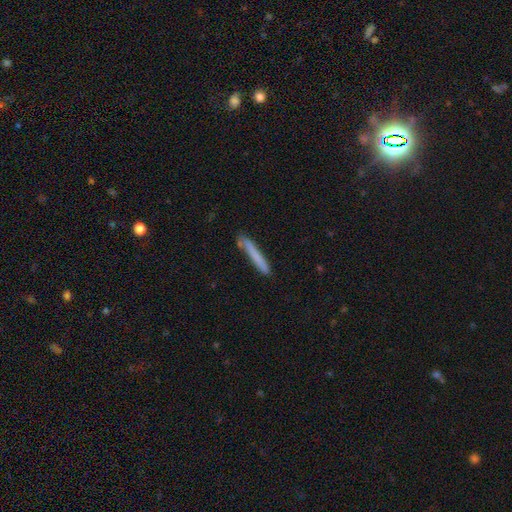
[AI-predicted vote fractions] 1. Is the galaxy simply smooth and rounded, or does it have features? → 73% smooth, 21% featured or disk, 6% star or artifact.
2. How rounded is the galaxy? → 96% cigar-shaped, 2% in between, 1% round.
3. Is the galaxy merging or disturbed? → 82% none, 13% minor disturbance, 3% major disturbance, 2% merger.